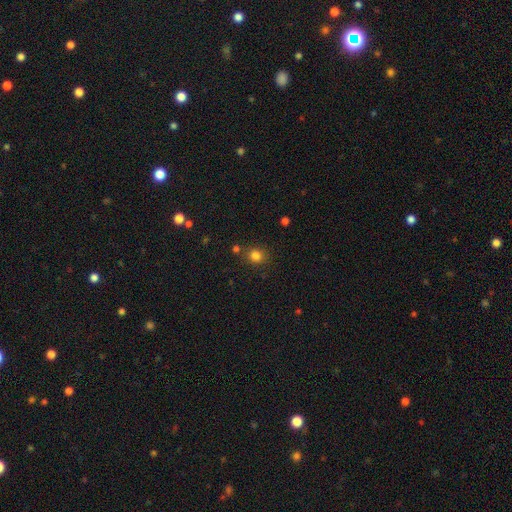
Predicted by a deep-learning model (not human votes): Morphology: type=smooth (81%); roundness=round (81%); merging=none (80%).